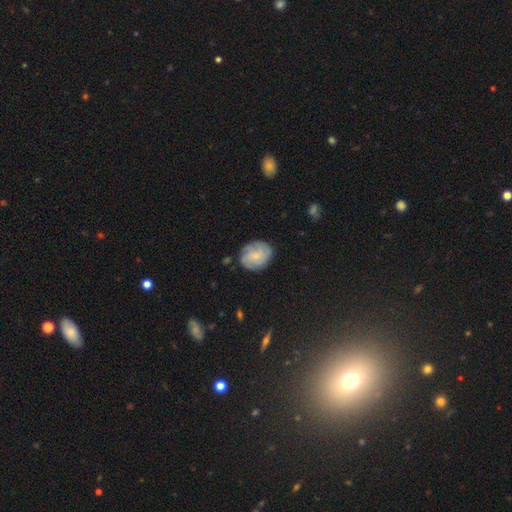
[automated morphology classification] Smooth or featured: featured or disk — 53% (smooth — 40%)
Edge-on disk: no — 98% (yes — 2%)
Bar: no — 75% (weak — 22%)
Spiral arms: yes — 88% (no — 12%)
Bulge size: small — 67% (moderate — 22%)
Merging: none — 80% (minor disturbance — 15%)